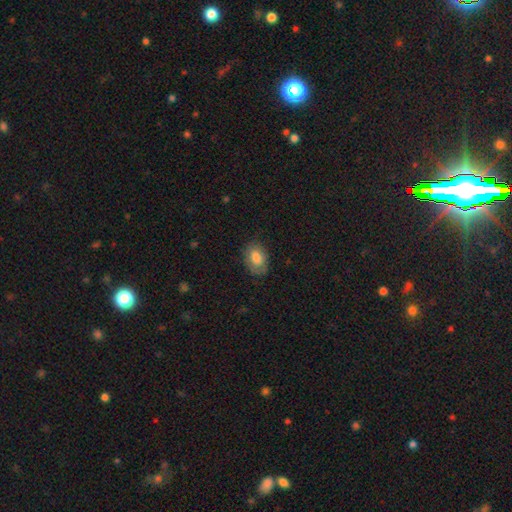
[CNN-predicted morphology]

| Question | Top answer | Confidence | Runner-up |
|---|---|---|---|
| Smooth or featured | smooth | 74% | featured or disk (18%) |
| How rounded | in between | 82% | round (17%) |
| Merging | none | 76% | minor disturbance (19%) |